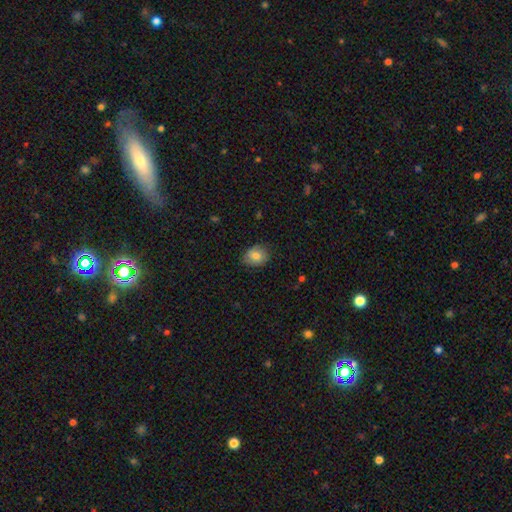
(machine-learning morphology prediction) smooth-or-featured: smooth: 78% | featured or disk: 13% | star or artifact: 8%
  how-rounded: round: 51% | in between: 48% | cigar-shaped: 1%
  merging: none: 81% | minor disturbance: 15% | major disturbance: 3% | merger: 1%